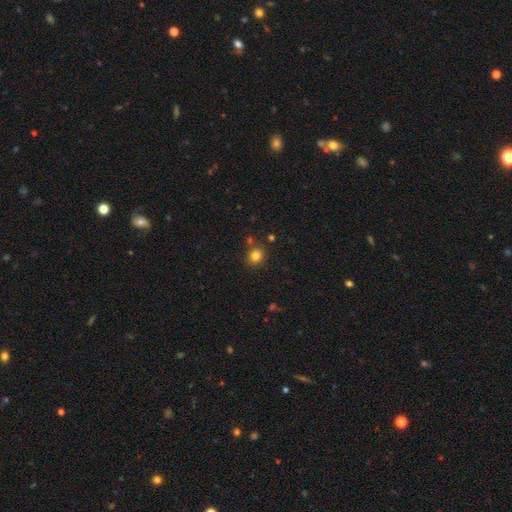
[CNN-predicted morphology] A smooth galaxy with no disk features (81%) that is round (84%).

Vote fractions:
- Smooth or featured? smooth: 81% / star or artifact: 13% / featured or disk: 6%
- How rounded? round: 84% / in between: 16% / cigar-shaped: 1%
- Merging? none: 81% / minor disturbance: 10% / merger: 7% / major disturbance: 3%